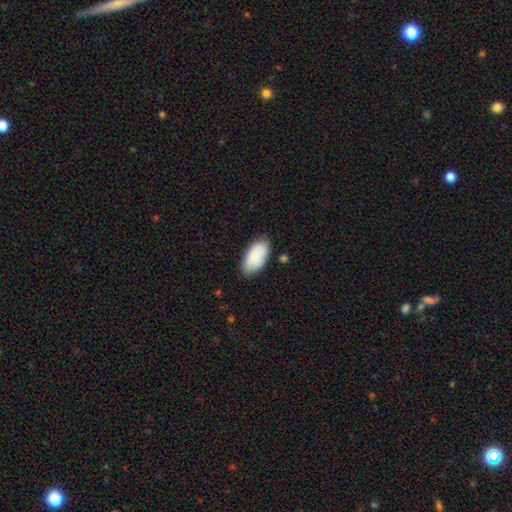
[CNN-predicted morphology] type=smooth (87%); roundness=in between (95%); merging=none (78%).